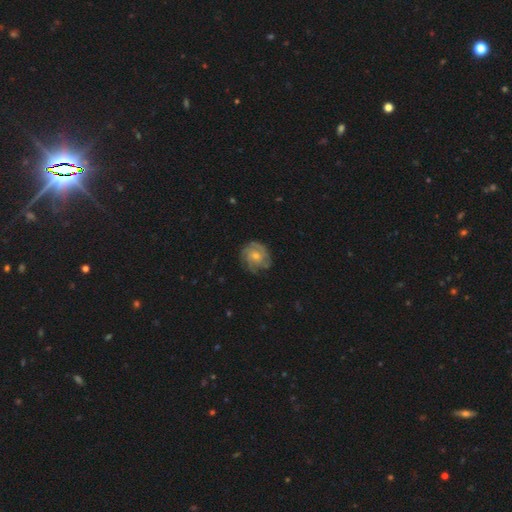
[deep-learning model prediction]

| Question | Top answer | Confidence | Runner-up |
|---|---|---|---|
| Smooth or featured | featured or disk | 73% | smooth (20%) |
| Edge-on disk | no | 98% | yes (2%) |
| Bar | no | 76% | weak (21%) |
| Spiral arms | yes | 93% | no (7%) |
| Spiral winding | tight | 60% | medium (32%) |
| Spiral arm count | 3 | 28% | tied: can't tell (28%) |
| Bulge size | small | 48% | moderate (46%) |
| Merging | none | 74% | minor disturbance (18%) |